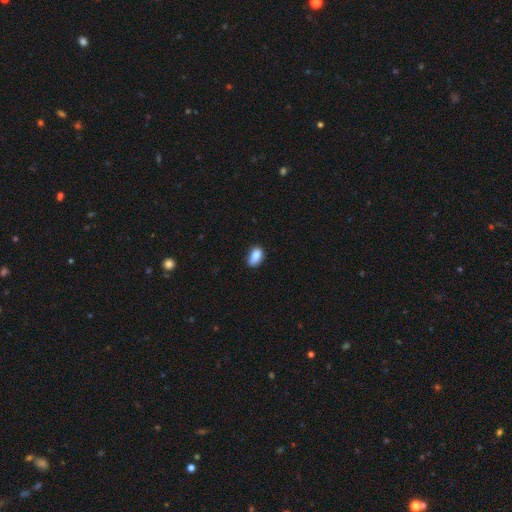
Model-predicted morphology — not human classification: This appears to be a smooth galaxy with no disk features (84%) that is in between round and cigar-shaped (87%). Merging: none (64%).